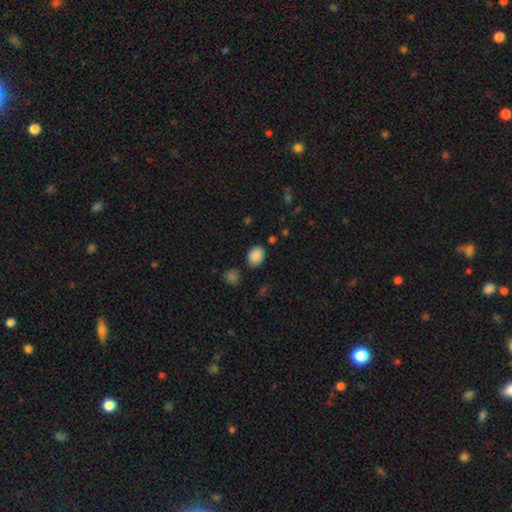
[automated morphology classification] Smooth or featured? smooth (88%)
How rounded? in between (64%)
Merging? none (81%)